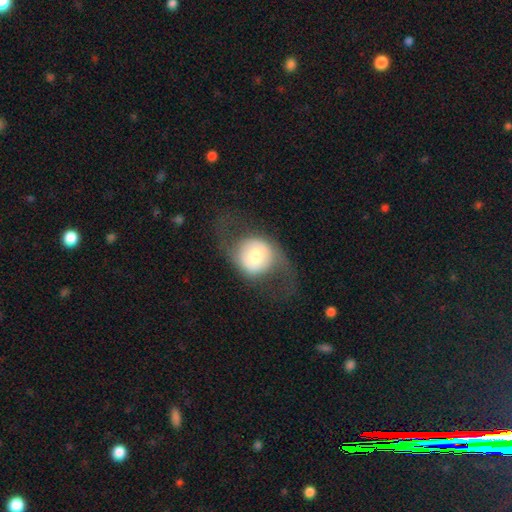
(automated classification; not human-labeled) Smooth or featured?
  - featured or disk: 51% *
  - smooth: 43%
  - star or artifact: 6%
Edge-on disk?
  - no: 90% *
  - yes: 10%
Merging?
  - none: 60% *
  - major disturbance: 23%
  - minor disturbance: 15%
  - merger: 2%